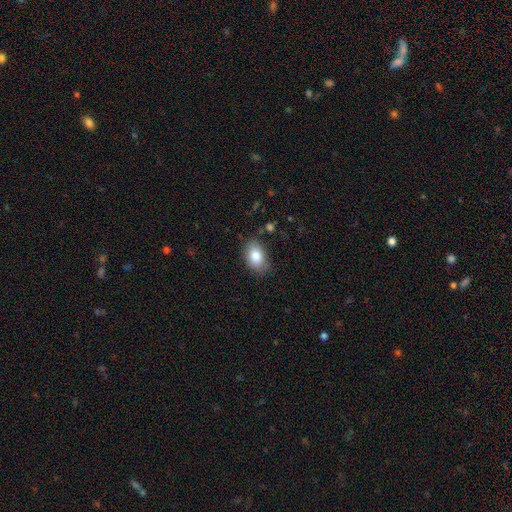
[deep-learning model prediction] A smooth galaxy with no disk features (84%) that is in between round and cigar-shaped (89%). Merging: none (78%).